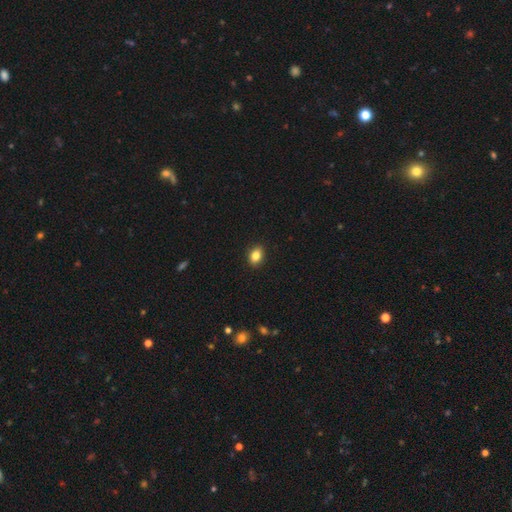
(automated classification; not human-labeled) The model was most divided on "how rounded": in between: 72%, round: 26%, cigar-shaped: 1%. More confident: merging — none (90%); smooth or featured — smooth (84%).